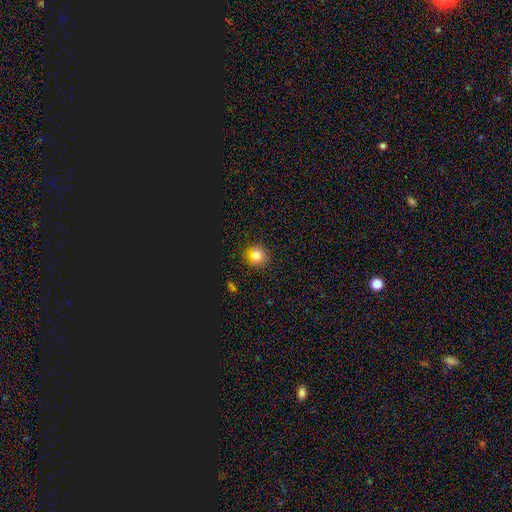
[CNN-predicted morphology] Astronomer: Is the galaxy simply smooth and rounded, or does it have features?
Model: smooth — 76%.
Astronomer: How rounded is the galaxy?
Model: round — 83%.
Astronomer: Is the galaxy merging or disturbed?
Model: none — 87%.